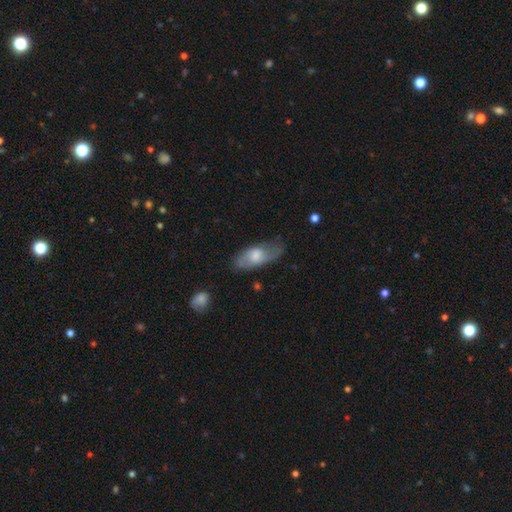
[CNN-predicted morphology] type=smooth (56%); roundness=in between (83%); merging=none (63%).